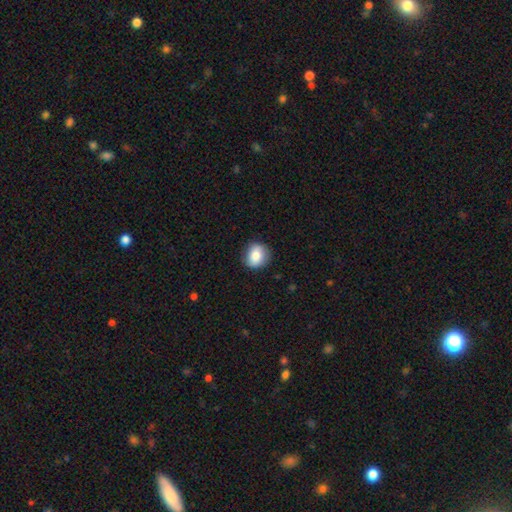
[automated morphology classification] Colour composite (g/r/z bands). It shows a smooth galaxy with no disk features (78%) that is round (75%). Merging: none (84%).